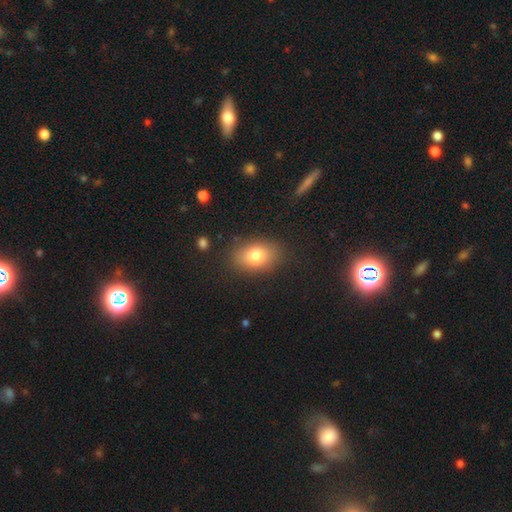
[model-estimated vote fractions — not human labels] This appears to be a smooth galaxy with no disk features (80%) that is in between round and cigar-shaped (81%). Merging: none (85%).